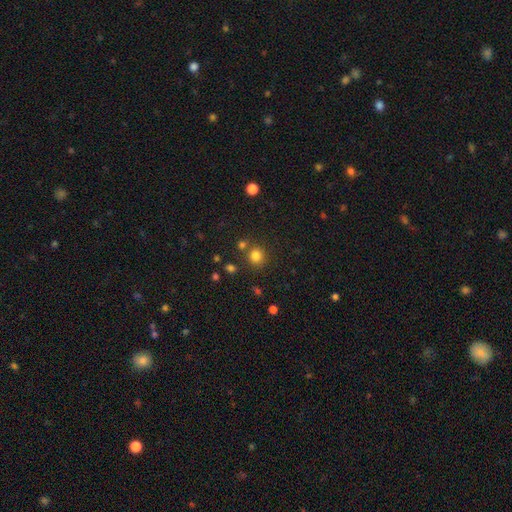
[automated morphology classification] A smooth galaxy with no disk features (80%) that is round (88%).

Vote fractions:
- Smooth or featured? smooth: 80% / star or artifact: 14% / featured or disk: 5%
- How rounded? round: 88% / in between: 11% / cigar-shaped: 1%
- Merging? none: 79% / merger: 10% / minor disturbance: 8% / major disturbance: 3%